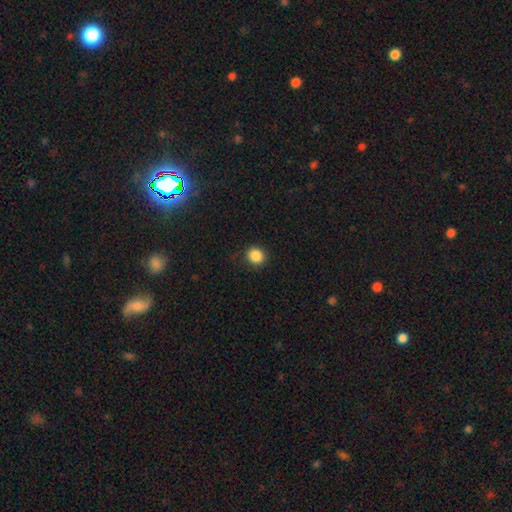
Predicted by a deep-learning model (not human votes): Q: Smooth or featured?
A: smooth (87%); runner-up: star or artifact (10%)
Q: How rounded?
A: round (86%); runner-up: in between (13%)
Q: Merging?
A: none (87%); runner-up: minor disturbance (9%)